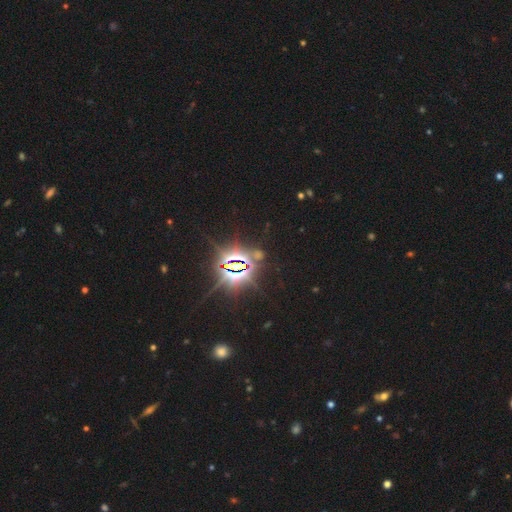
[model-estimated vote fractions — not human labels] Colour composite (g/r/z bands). It shows a star or artifact, not a galaxy (85%).